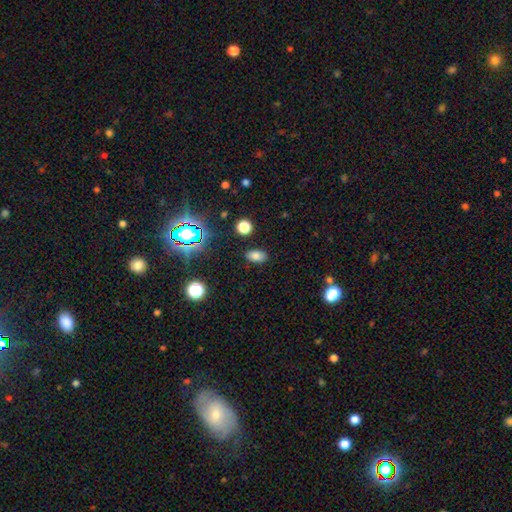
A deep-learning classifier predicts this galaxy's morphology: This appears to be a smooth galaxy with no disk features (76%) that is in between round and cigar-shaped (88%). Merging: none (86%).